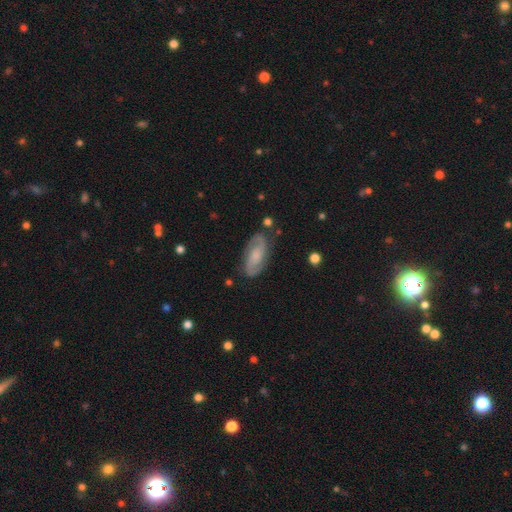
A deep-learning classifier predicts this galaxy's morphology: Smooth or featured? Predicted: featured or disk (p=0.80). Edge-on disk? Predicted: no (p=0.95). Bar? Predicted: no (p=0.47). Spiral arms? Predicted: yes (p=0.95). Spiral winding? Predicted: medium (p=0.48). Spiral arm count? Predicted: 2 (p=0.90). Bulge size? Predicted: moderate (p=0.29, tied with none). Merging? Predicted: none (p=0.81).